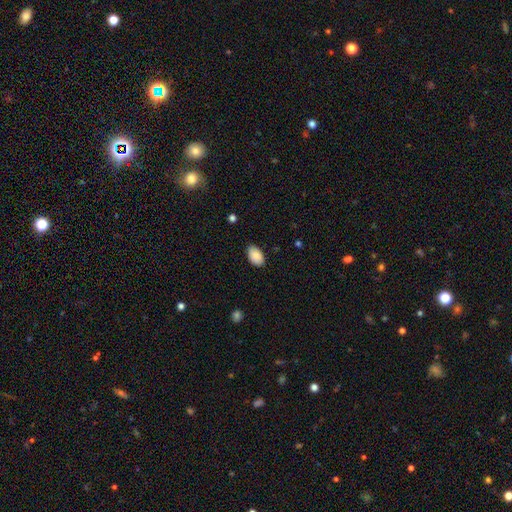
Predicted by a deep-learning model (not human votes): Q: Smooth or featured?
A: smooth (88%); runner-up: star or artifact (7%)
Q: How rounded?
A: in between (94%); runner-up: round (5%)
Q: Merging?
A: none (84%); runner-up: minor disturbance (13%)